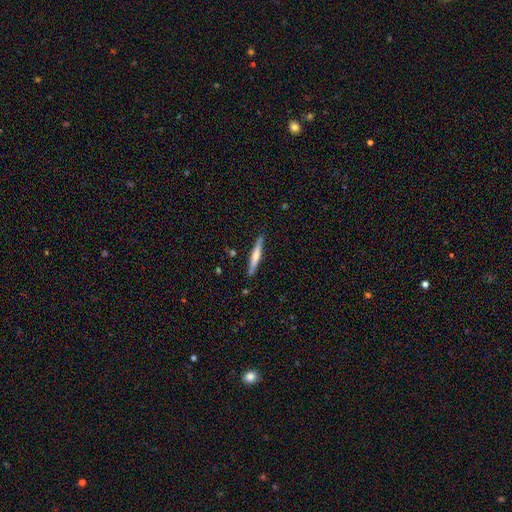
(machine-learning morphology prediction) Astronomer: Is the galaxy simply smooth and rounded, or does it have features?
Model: featured or disk — 58% (runner-up: smooth, 37%).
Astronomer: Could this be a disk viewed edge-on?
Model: yes — 97%.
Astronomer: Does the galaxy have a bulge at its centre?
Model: rounded — 72%.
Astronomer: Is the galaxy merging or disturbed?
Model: none — 88%.